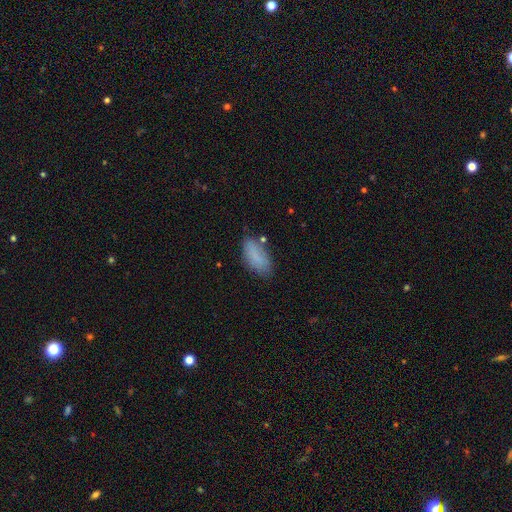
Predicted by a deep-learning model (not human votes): A smooth galaxy with no disk features (82%) that is in between round and cigar-shaped (84%).

Vote fractions:
- Smooth or featured? smooth: 82% / featured or disk: 10% / star or artifact: 8%
- How rounded? in between: 84% / cigar-shaped: 14% / round: 2%
- Merging? none: 72% / minor disturbance: 20% / major disturbance: 5% / merger: 3%